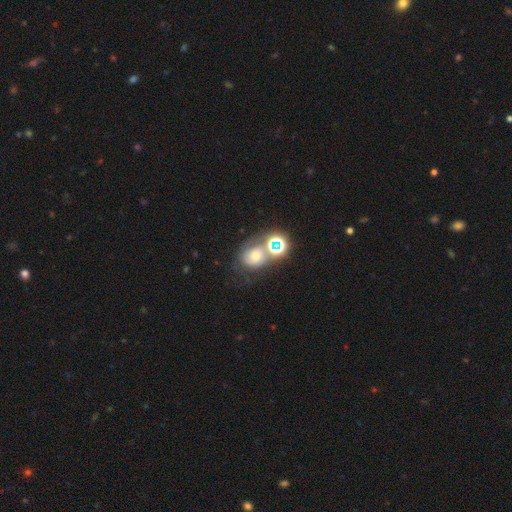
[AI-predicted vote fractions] Morphology: type=smooth (45%); merging=none (38%).